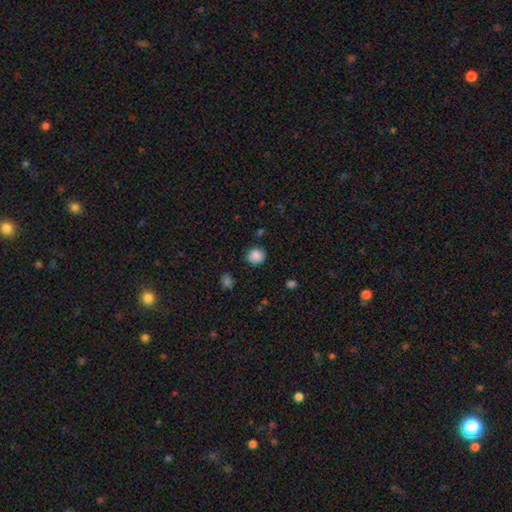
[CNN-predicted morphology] smooth 86%, star or artifact 9%, featured or disk 5%. Down the decision tree: how rounded — round (87%); merging — none (84%).